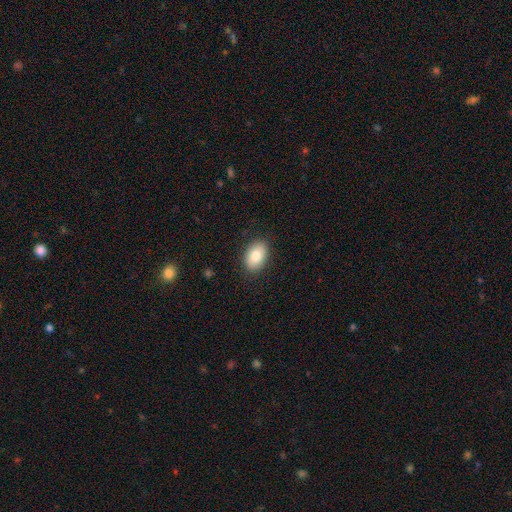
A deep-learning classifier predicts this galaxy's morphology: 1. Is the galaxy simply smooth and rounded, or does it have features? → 83% smooth, 10% featured or disk, 7% star or artifact.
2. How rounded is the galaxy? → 87% in between, 12% round, 1% cigar-shaped.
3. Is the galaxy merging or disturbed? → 87% none, 10% minor disturbance, 2% major disturbance, 1% merger.